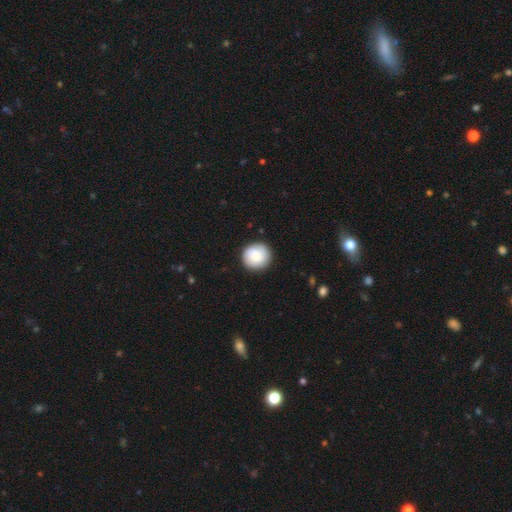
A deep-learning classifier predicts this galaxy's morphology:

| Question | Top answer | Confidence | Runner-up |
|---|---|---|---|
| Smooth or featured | smooth | 81% | featured or disk (13%) |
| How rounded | round | 93% | in between (6%) |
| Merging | none | 88% | minor disturbance (9%) |